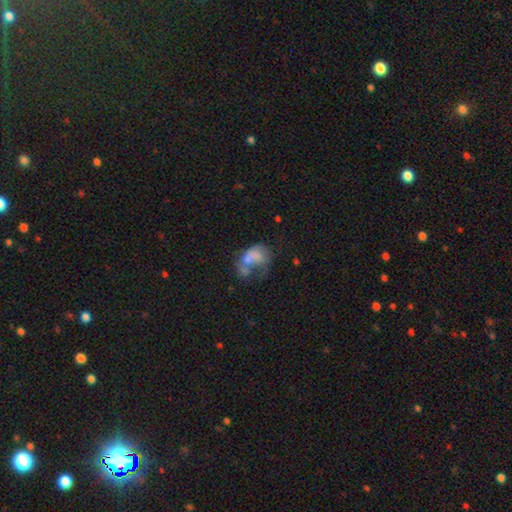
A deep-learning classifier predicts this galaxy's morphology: A smooth galaxy with no disk features (50%) that is in between round and cigar-shaped (75%).

Vote fractions:
- Smooth or featured? smooth: 50% / featured or disk: 39% / star or artifact: 11%
- How rounded? in between: 75% / round: 24% / cigar-shaped: 1%
- Merging? merger: 41% / major disturbance: 33% / none: 15% / minor disturbance: 12%